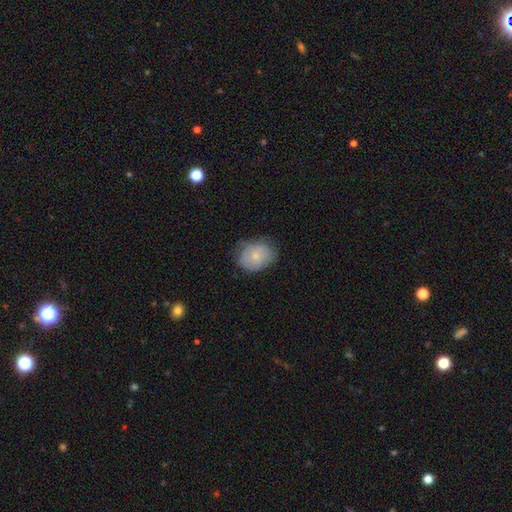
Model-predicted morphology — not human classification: A smooth galaxy with no disk features (74%) that is in between round and cigar-shaped (60%).

Vote fractions:
- Smooth or featured? smooth: 74% / featured or disk: 18% / star or artifact: 7%
- How rounded? in between: 60% / round: 39% / cigar-shaped: 1%
- Merging? none: 67% / minor disturbance: 26% / major disturbance: 6% / merger: 1%